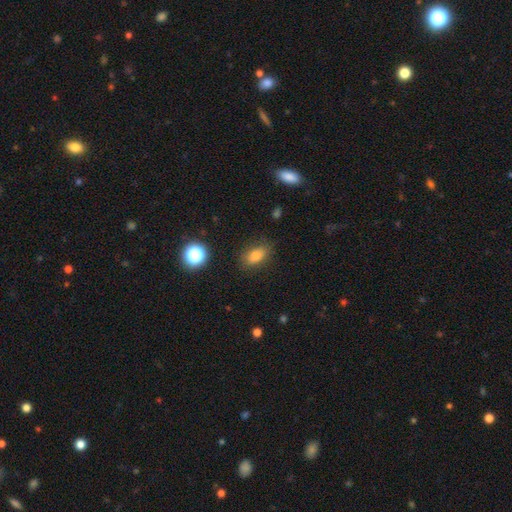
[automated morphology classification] This is likely a smooth galaxy (79%). How rounded: clearly in between (84%). Merging: clearly none (81%).